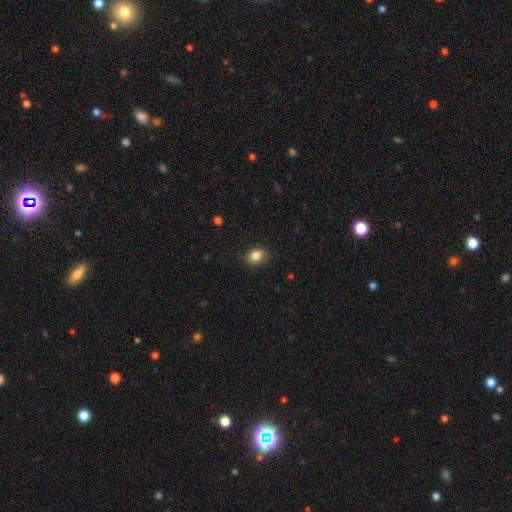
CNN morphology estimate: Smooth or featured: smooth — 85% (star or artifact — 10%)
How rounded: round — 55% (in between — 44%)
Merging: none — 84% (minor disturbance — 12%)